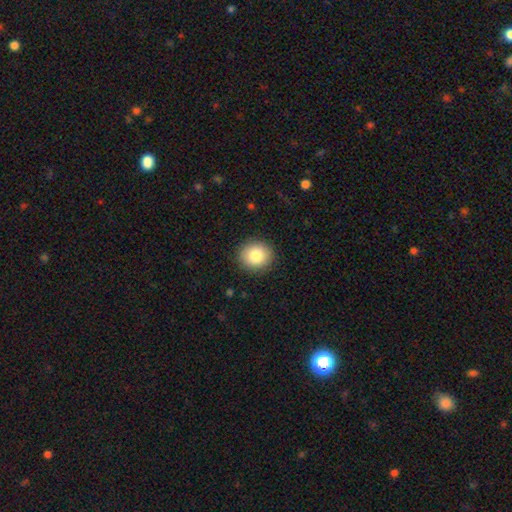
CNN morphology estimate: type=smooth (84%); roundness=round (86%); merging=none (91%).